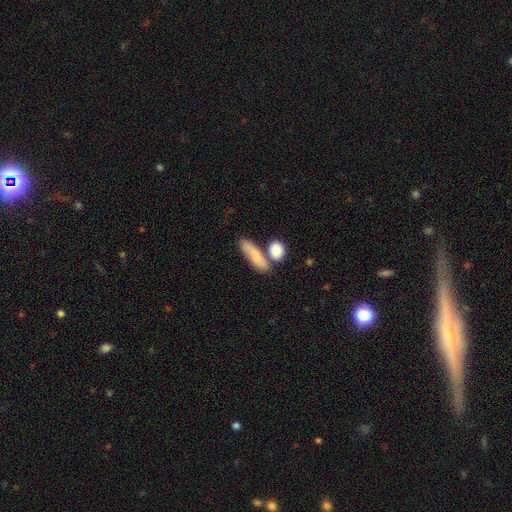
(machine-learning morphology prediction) This appears to be a smooth galaxy with no disk features (77%) that is in between round and cigar-shaped (48%). Merging: none (49%).